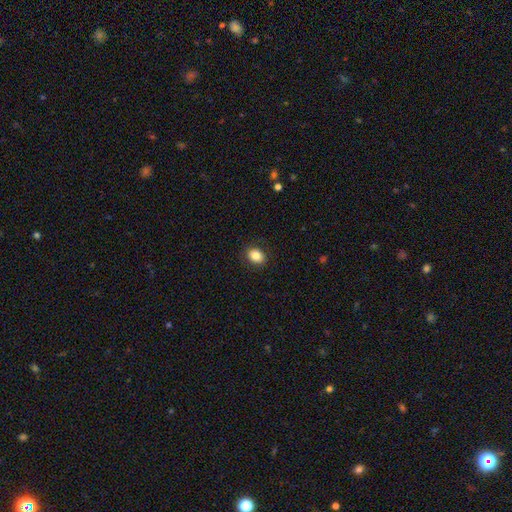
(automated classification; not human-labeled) A smooth galaxy with no disk features (84%) that is in between round and cigar-shaped (61%). Merging: none (88%).